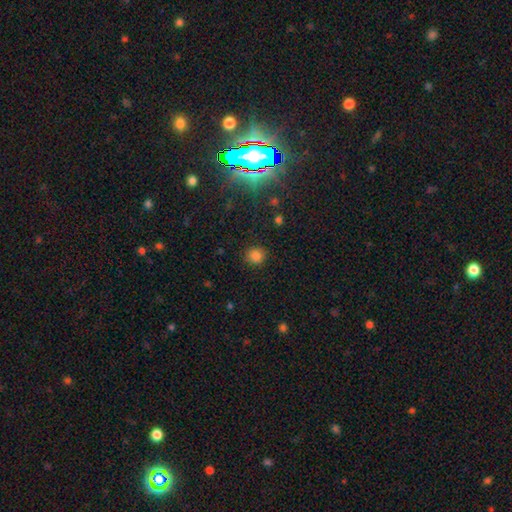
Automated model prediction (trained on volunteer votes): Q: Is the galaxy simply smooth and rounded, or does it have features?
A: smooth — 82%.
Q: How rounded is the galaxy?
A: round — 87%.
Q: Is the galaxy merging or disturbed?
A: none — 88%.